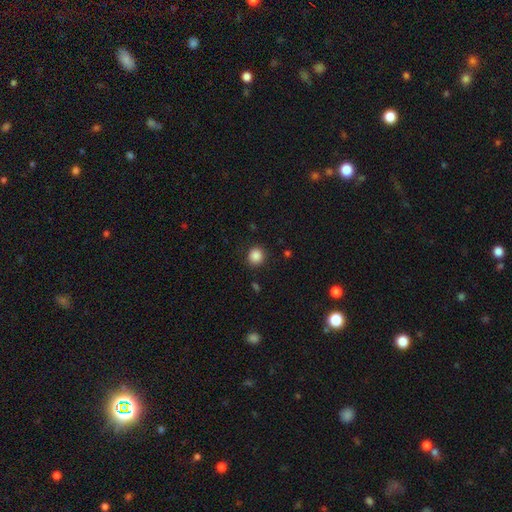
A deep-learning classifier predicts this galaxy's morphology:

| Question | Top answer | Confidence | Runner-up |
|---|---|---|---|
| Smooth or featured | smooth | 87% | star or artifact (10%) |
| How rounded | round | 87% | in between (13%) |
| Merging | none | 89% | minor disturbance (7%) |